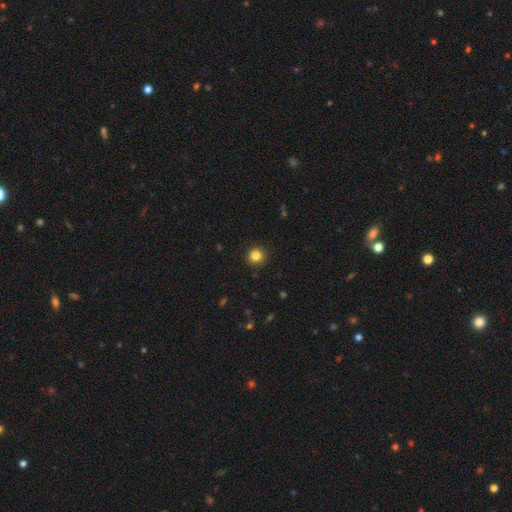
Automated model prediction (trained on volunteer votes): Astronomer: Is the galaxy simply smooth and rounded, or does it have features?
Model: smooth — 84%.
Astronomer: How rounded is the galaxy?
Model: round — 91%.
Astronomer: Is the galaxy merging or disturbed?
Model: none — 92%.